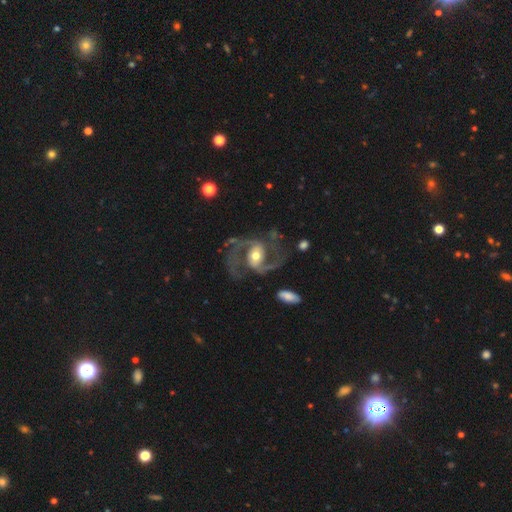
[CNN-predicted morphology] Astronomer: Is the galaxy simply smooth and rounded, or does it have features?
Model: featured or disk — 91%.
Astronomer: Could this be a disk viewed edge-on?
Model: no — 98%.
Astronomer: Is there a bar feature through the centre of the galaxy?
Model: weak — 40% (runner-up: strong, 36%).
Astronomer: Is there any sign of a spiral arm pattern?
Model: yes — 97%.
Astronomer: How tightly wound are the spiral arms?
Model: medium — 60%.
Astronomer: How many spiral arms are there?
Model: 2 — 93%.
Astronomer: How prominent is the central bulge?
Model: moderate — 66%.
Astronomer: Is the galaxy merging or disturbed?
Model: none — 72%.